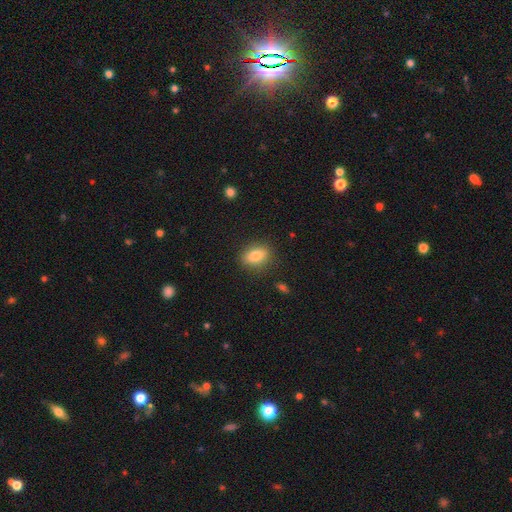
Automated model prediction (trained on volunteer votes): This is clearly a smooth galaxy (83%). How rounded: clearly in between (80%). Merging: clearly none (85%).